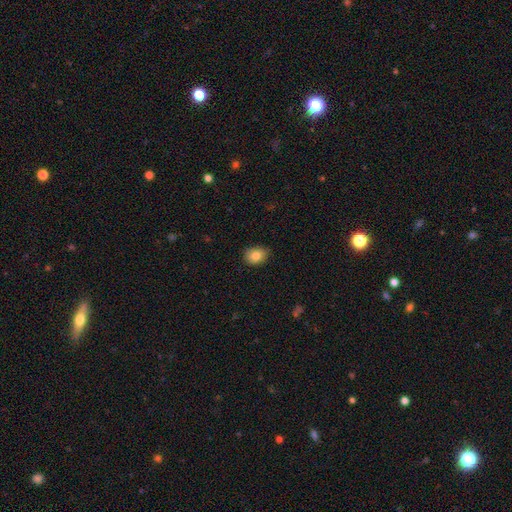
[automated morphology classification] Smooth or featured: smooth — 84% (star or artifact — 9%)
How rounded: in between — 59% (round — 40%)
Merging: none — 80% (minor disturbance — 17%)